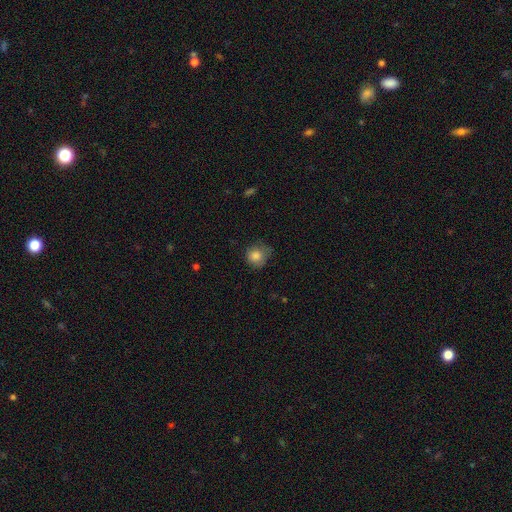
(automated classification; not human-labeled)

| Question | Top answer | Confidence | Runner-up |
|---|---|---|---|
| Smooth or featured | smooth | 82% | star or artifact (9%) |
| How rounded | round | 85% | in between (14%) |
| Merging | none | 58% | minor disturbance (30%) |